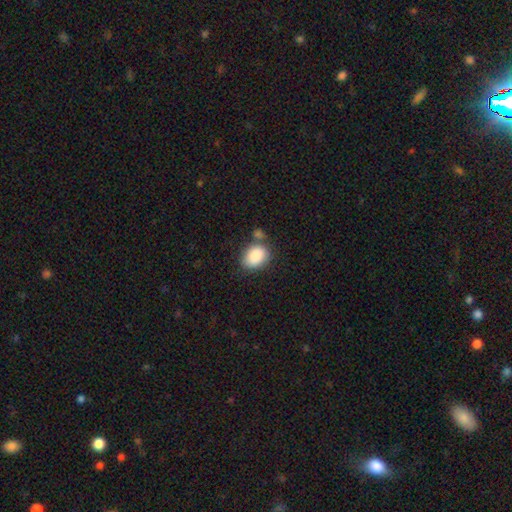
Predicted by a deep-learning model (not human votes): Smooth or featured? smooth (87%)
How rounded? in between (75%)
Merging? none (57%)